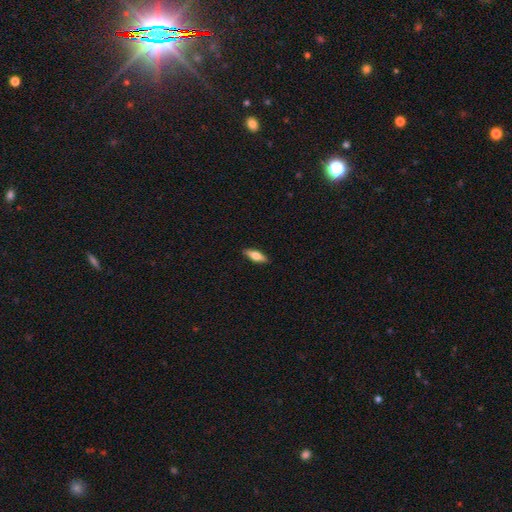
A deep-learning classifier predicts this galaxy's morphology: This appears to be a smooth galaxy with no disk features (61%) that is in between round and cigar-shaped (58%). Merging: none (90%).